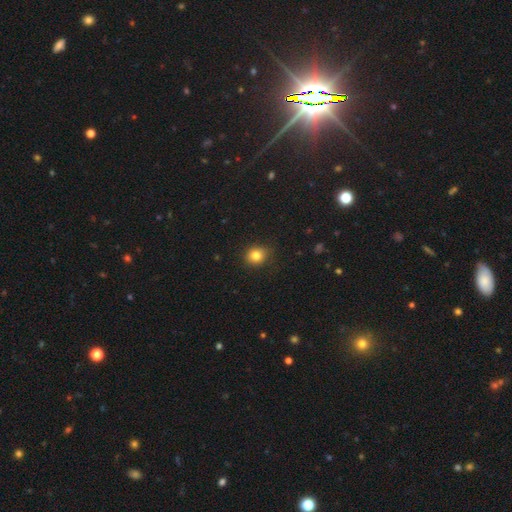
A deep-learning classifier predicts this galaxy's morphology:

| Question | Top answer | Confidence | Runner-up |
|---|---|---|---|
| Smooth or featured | smooth | 82% | star or artifact (11%) |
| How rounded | round | 70% | in between (29%) |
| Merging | none | 84% | minor disturbance (12%) |